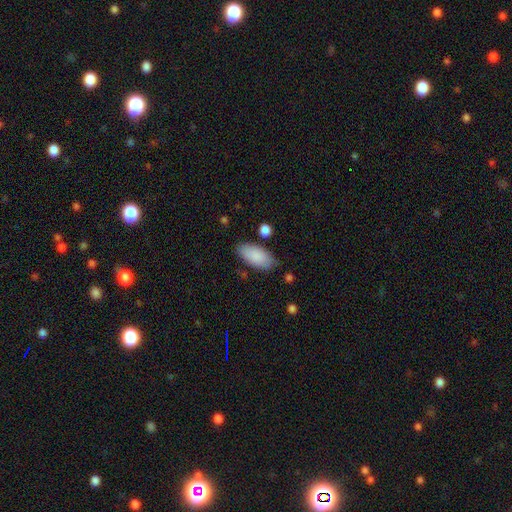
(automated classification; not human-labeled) This appears to be a smooth galaxy with no disk features (87%) that is in between round and cigar-shaped (91%). Merging: none (80%).